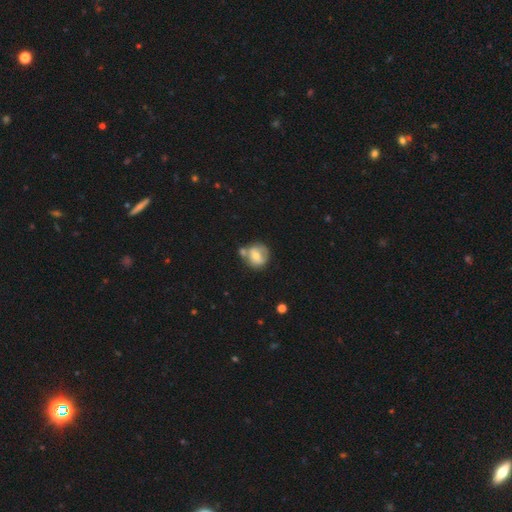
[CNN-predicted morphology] smooth 55%, featured or disk 37%, star or artifact 8%. Down the decision tree: how rounded — round (81%); merging — none (45%).